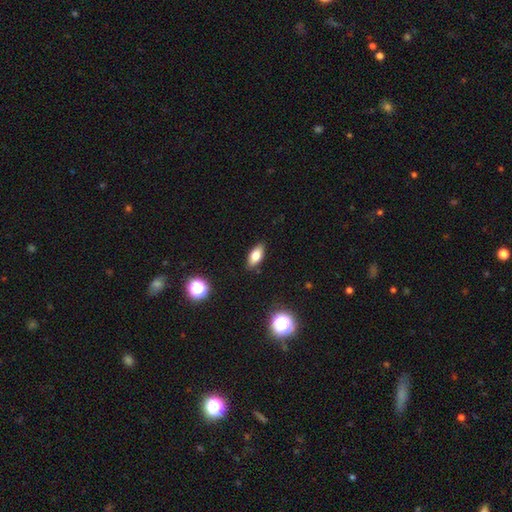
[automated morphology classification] Smooth or featured? smooth (75%)
How rounded? in between (84%)
Merging? none (87%)